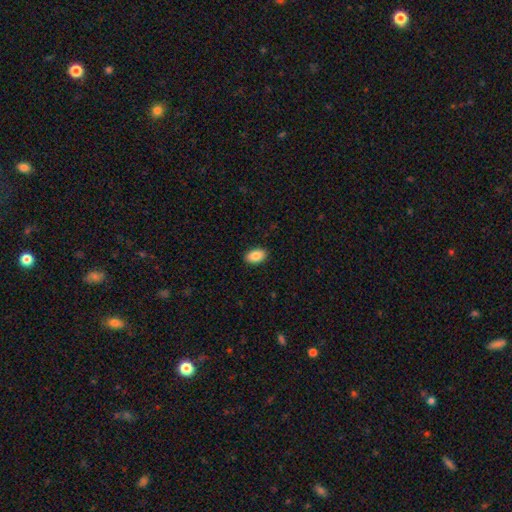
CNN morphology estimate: Overall: smooth (87%). How rounded: in between (91%). Merging: none (90%).